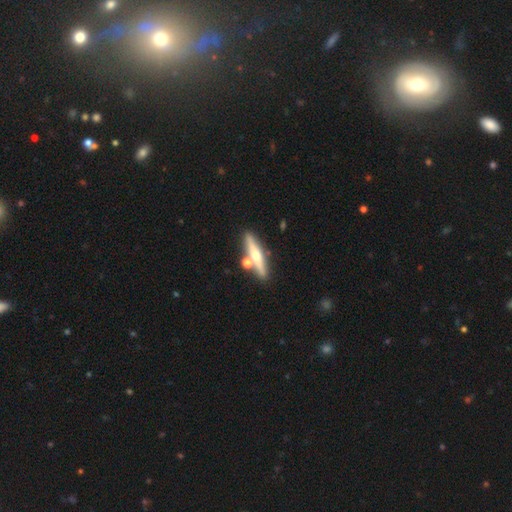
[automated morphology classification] Smooth or featured? featured or disk (56%)
Edge-on disk? yes (92%)
Edge-on bulge? rounded (90%)
Merging? none (74%)